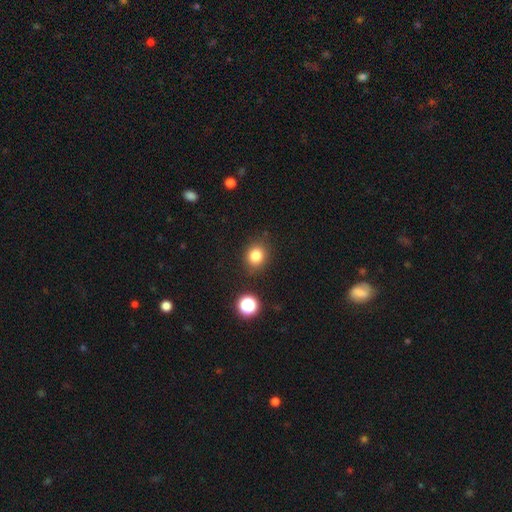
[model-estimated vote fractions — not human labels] This is clearly a smooth galaxy (82%). How rounded: likely round (75%). Merging: clearly none (85%).